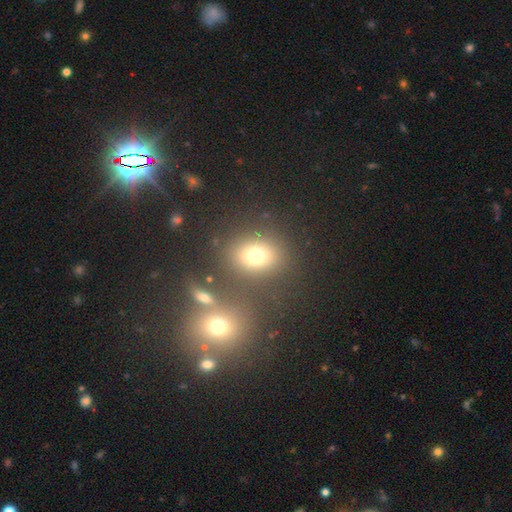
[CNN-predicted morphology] This appears to be a smooth galaxy with no disk features (72%) that is round (51%). Merging: none (75%).